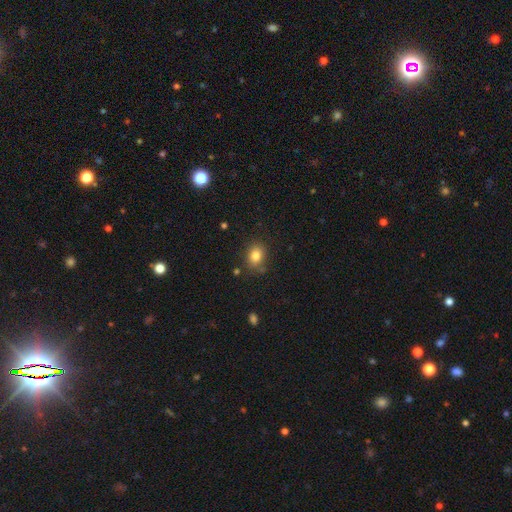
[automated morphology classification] Smooth or featured?
  - smooth: 82% *
  - star or artifact: 11%
  - featured or disk: 8%
How rounded?
  - in between: 56% *
  - round: 43%
  - cigar-shaped: 1%
Merging?
  - none: 77% *
  - minor disturbance: 16%
  - major disturbance: 4%
  - merger: 3%